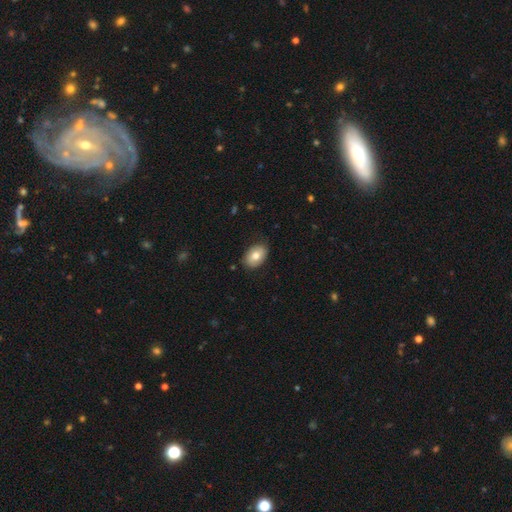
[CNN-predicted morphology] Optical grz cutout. It shows a smooth galaxy with no disk features (77%) that is in between round and cigar-shaped (87%). Merging: none (84%).